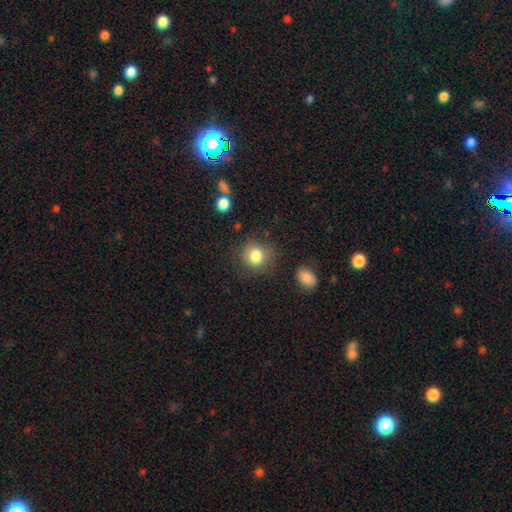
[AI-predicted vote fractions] A smooth galaxy with no disk features (83%) that is round (79%). Merging: none (76%).